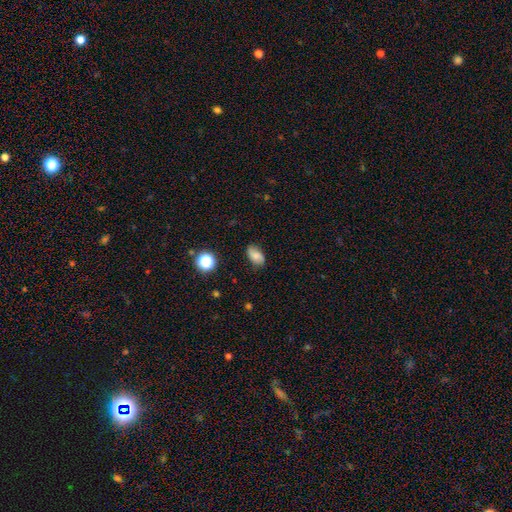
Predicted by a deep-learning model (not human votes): A smooth galaxy with no disk features (73%) that is in between round and cigar-shaped (89%).

Vote fractions:
- Smooth or featured? smooth: 73% / featured or disk: 16% / star or artifact: 11%
- How rounded? in between: 89% / round: 8% / cigar-shaped: 2%
- Merging? none: 79% / minor disturbance: 16% / major disturbance: 3% / merger: 1%